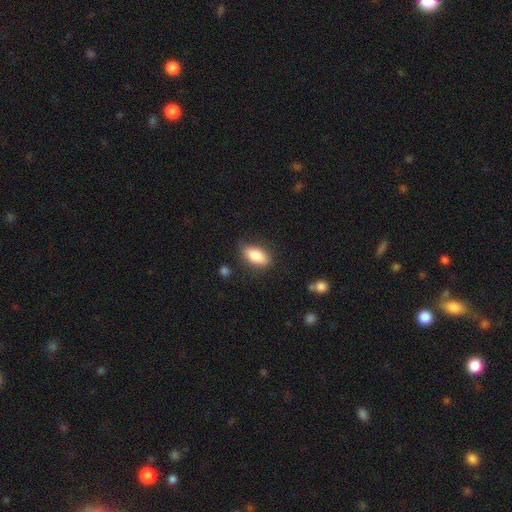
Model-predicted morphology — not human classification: This appears to be a smooth galaxy with no disk features (82%) that is in between round and cigar-shaped (87%). Merging: none (78%).